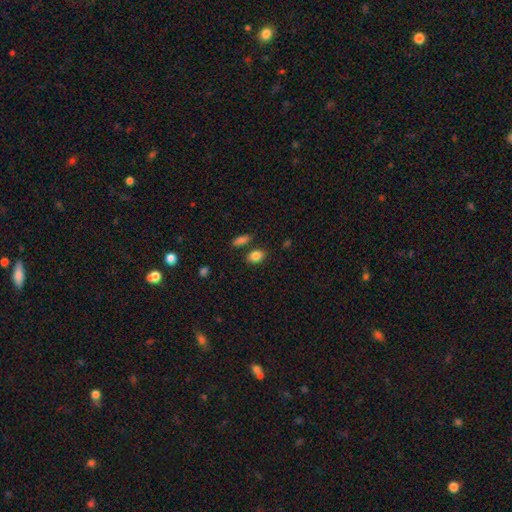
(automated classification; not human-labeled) A smooth galaxy with no disk features (85%) that is in between round and cigar-shaped (77%). Merging: none (79%).